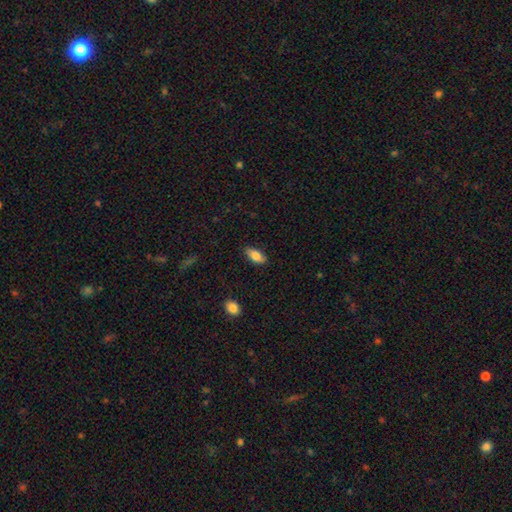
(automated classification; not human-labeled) This is clearly a smooth galaxy (82%). How rounded: clearly in between (88%). Merging: clearly none (84%).